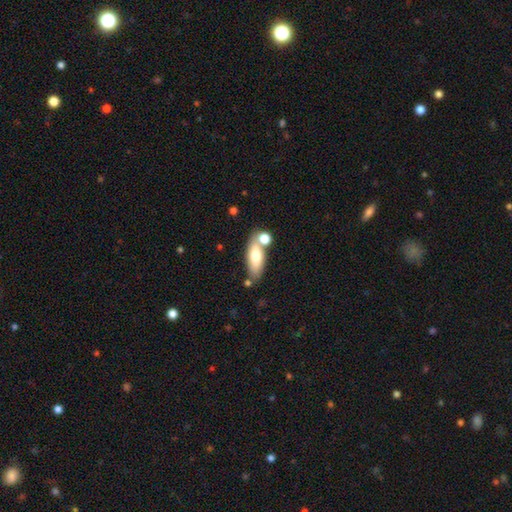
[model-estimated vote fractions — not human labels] Smooth or featured?
  - smooth: 70% *
  - featured or disk: 23%
  - star or artifact: 7%
How rounded?
  - in between: 70% *
  - cigar-shaped: 27%
  - round: 4%
Merging?
  - none: 60% *
  - merger: 22%
  - minor disturbance: 14%
  - major disturbance: 4%